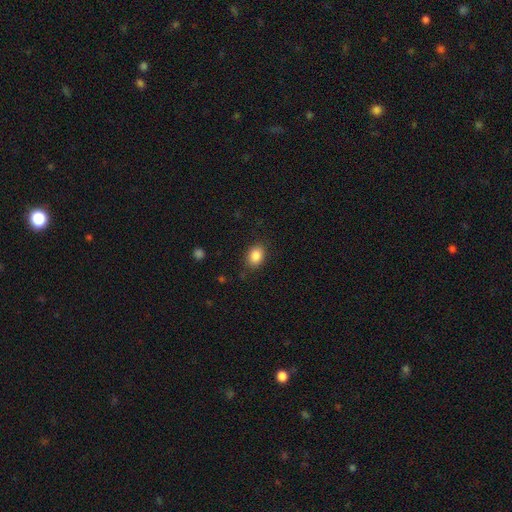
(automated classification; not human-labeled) Overall: smooth (87%). How rounded: in between (66%; round 33%). Merging: none (82%).